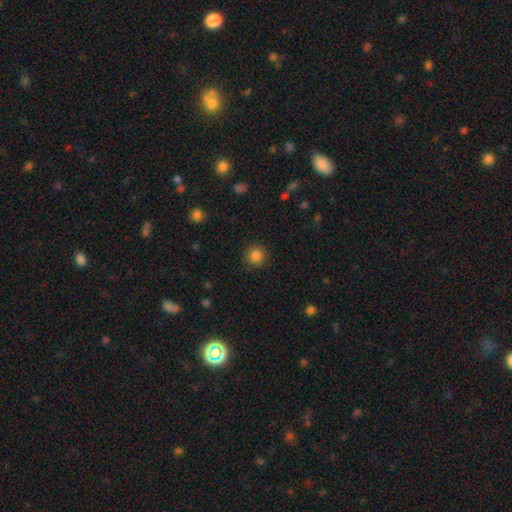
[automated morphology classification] Smooth or featured: smooth — 86% (star or artifact — 11%)
How rounded: round — 94% (in between — 5%)
Merging: none — 90% (minor disturbance — 7%)